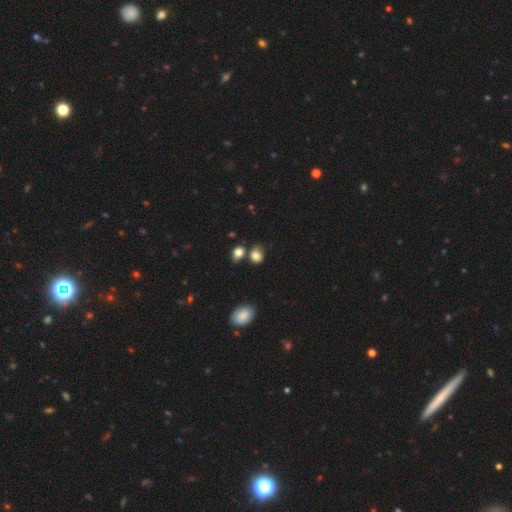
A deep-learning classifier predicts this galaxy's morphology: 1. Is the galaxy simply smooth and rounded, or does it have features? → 82% smooth, 12% star or artifact, 6% featured or disk.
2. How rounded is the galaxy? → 52% round, 46% in between, 1% cigar-shaped.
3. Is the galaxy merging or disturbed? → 58% none, 18% merger, 18% minor disturbance, 6% major disturbance.